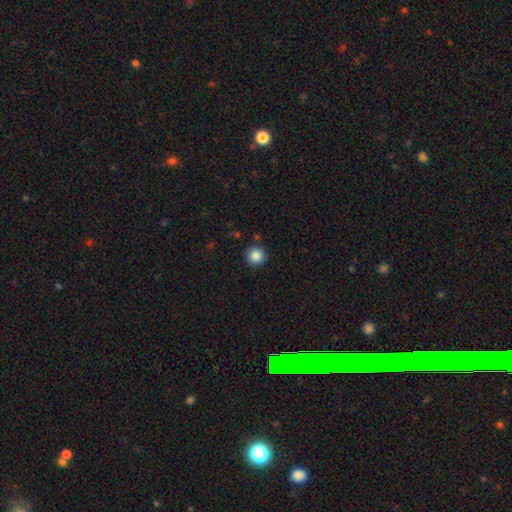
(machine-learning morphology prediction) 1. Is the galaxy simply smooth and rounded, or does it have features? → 86% smooth, 10% star or artifact, 4% featured or disk.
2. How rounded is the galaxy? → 95% round, 4% in between, 1% cigar-shaped.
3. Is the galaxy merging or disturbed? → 90% none, 6% minor disturbance, 2% major disturbance, 2% merger.